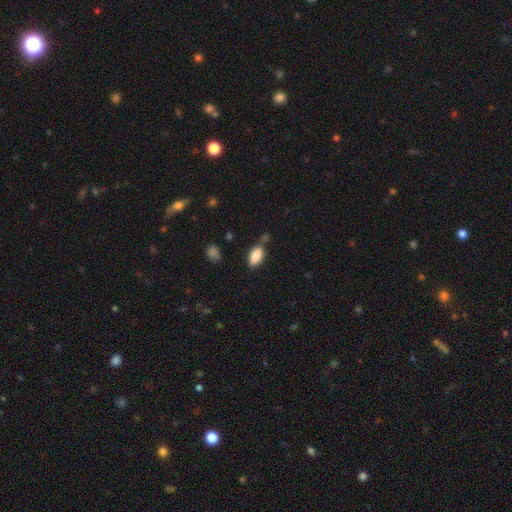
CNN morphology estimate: This is clearly a smooth galaxy (85%). How rounded: clearly in between (91%). Merging: likely none (66%).